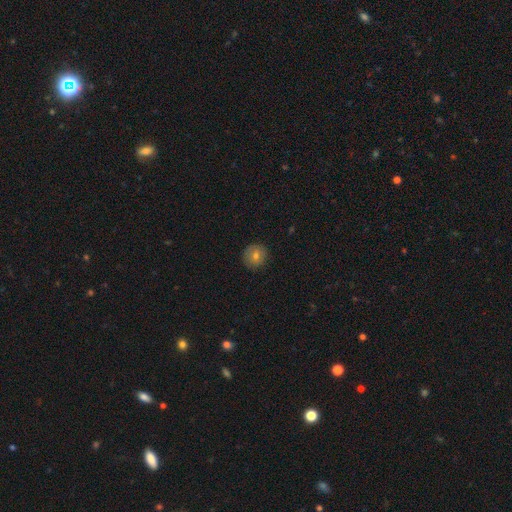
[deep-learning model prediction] This is likely a smooth galaxy (70%). How rounded: clearly round (91%). Merging: clearly none (89%).